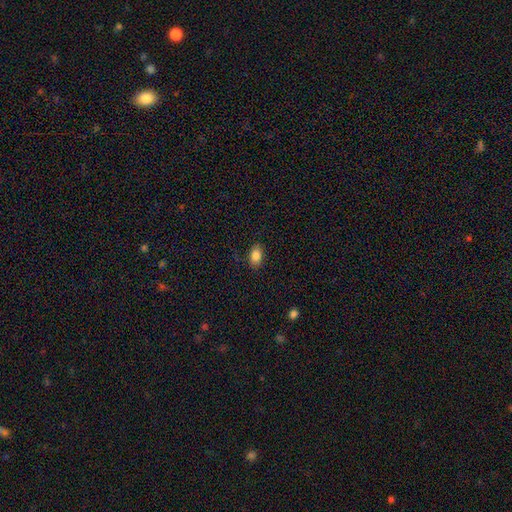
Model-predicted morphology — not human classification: Smooth or featured? Predicted: smooth (p=0.85). How rounded? Predicted: in between (p=0.87). Merging? Predicted: none (p=0.85).